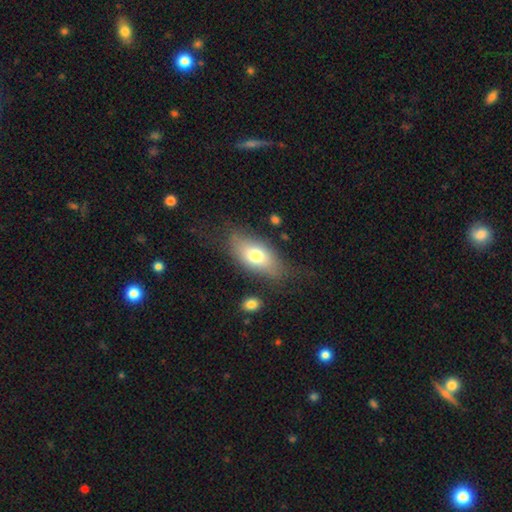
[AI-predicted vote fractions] Q: Smooth or featured?
A: smooth (71%); runner-up: featured or disk (21%)
Q: How rounded?
A: in between (87%); runner-up: cigar-shaped (7%)
Q: Merging?
A: none (69%); runner-up: minor disturbance (19%)